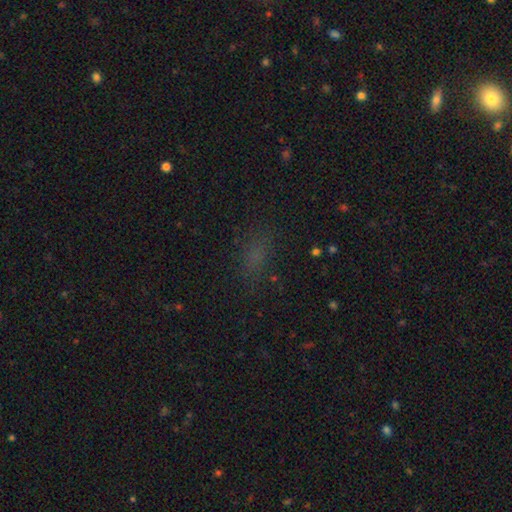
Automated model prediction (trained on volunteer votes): The model was most divided on "smooth or featured": smooth: 60%, star or artifact: 30%, featured or disk: 10%. More confident: merging — none (76%); how rounded — in between (74%).